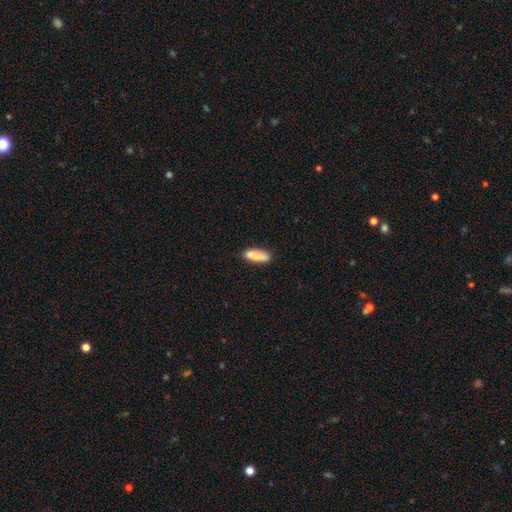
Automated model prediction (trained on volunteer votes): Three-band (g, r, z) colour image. It shows a smooth galaxy with no disk features (83%) that is cigar-shaped (52%). Merging: none (78%).